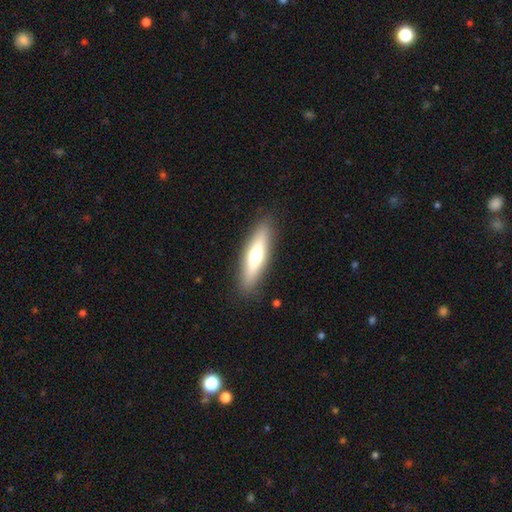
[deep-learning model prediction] Morphology: type=smooth (55%); roundness=cigar-shaped (71%); merging=none (88%).